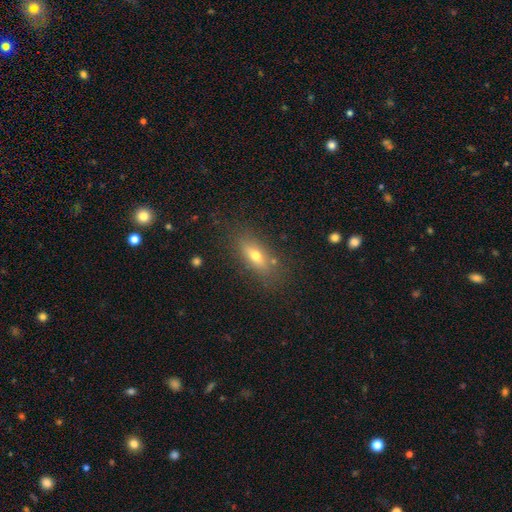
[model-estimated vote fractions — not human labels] smooth-or-featured: smooth: 60% | featured or disk: 29% | star or artifact: 11%
  how-rounded: in between: 64% | cigar-shaped: 30% | round: 6%
  merging: none: 80% | minor disturbance: 13% | major disturbance: 5% | merger: 3%